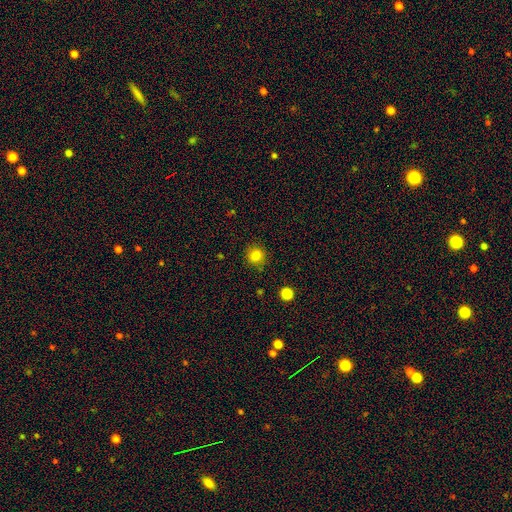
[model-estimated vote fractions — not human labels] The model was most divided on "smooth or featured": smooth: 83%, star or artifact: 12%, featured or disk: 6%. More confident: how rounded — round (91%); merging — none (86%).